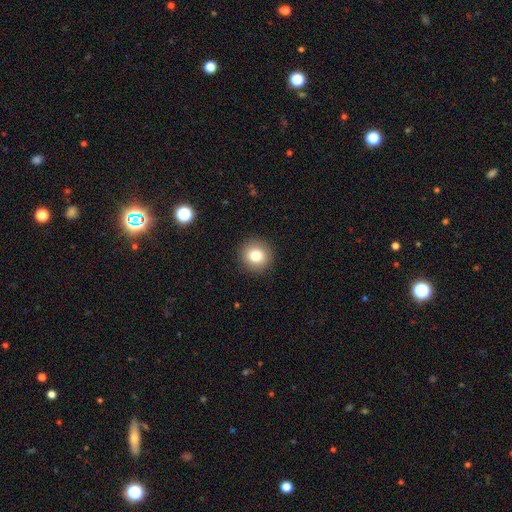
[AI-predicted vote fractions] Smooth or featured: smooth — 82% (star or artifact — 10%)
How rounded: round — 92% (in between — 7%)
Merging: none — 91% (minor disturbance — 6%)